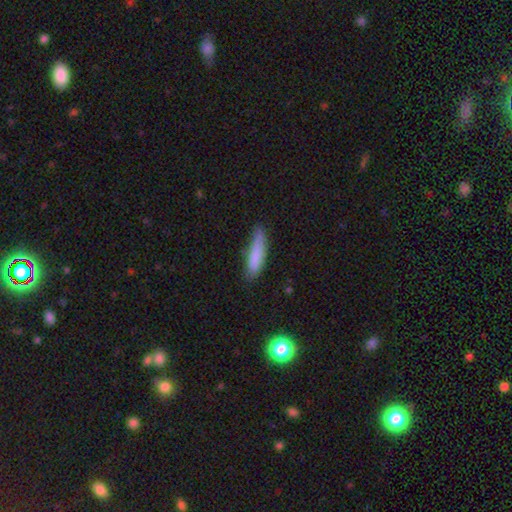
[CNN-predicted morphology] type=smooth (82%); roundness=cigar-shaped (77%); merging=none (68%).